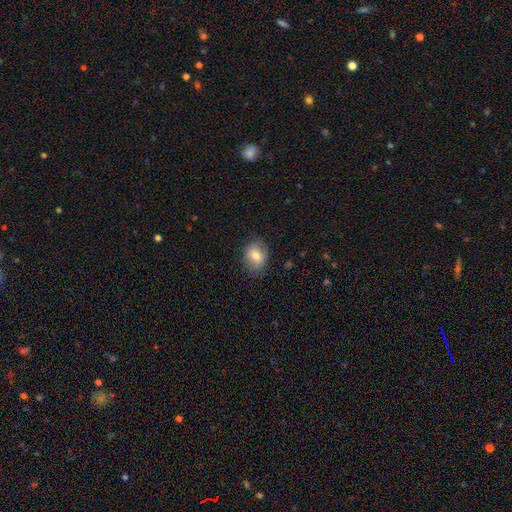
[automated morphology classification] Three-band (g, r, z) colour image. It shows a smooth galaxy with no disk features (74%) that is in between round and cigar-shaped (57%). Merging: none (78%).